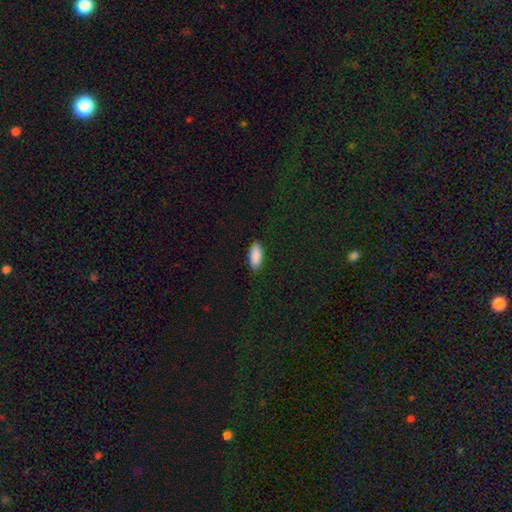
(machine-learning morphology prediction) Smooth or featured? Predicted: smooth (p=0.90). How rounded? Predicted: in between (p=0.86). Merging? Predicted: none (p=0.86).